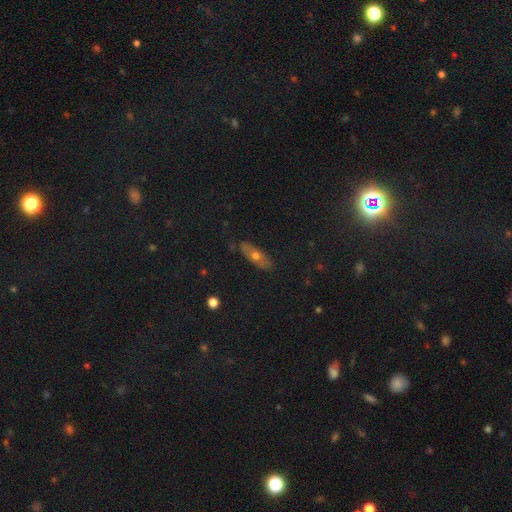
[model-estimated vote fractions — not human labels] A smooth galaxy with no disk features (53%) that is in between round and cigar-shaped (65%). Merging: none (83%).